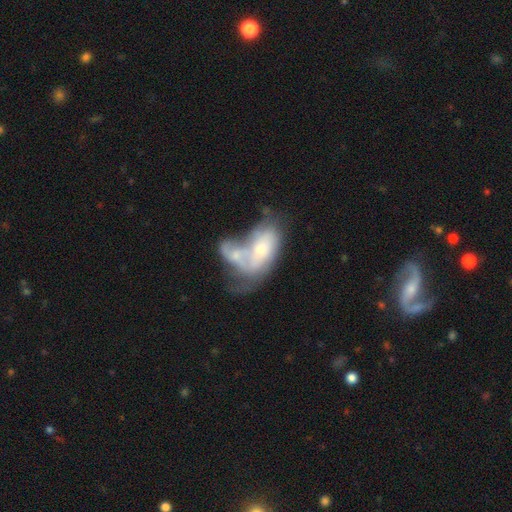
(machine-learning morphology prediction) Smooth or featured: featured or disk — 54% (smooth — 37%)
Edge-on disk: no — 94% (yes — 6%)
Bar: no — 76% (weak — 19%)
Spiral arms: no — 55% (yes — 45%)
Bulge size: moderate — 47% (small — 41%)
Merging: merger — 66% (none — 13%)